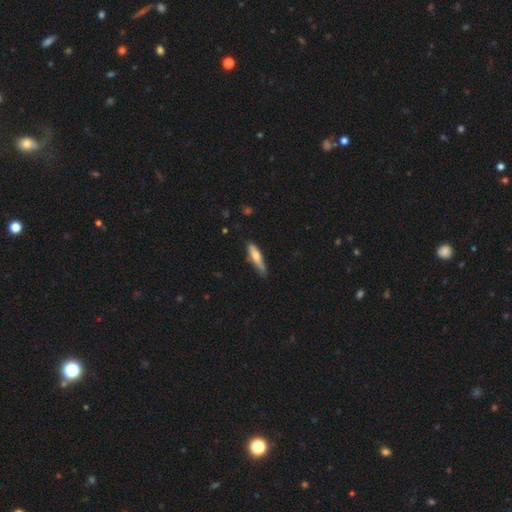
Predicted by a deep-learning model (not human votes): smooth 65%, featured or disk 29%, star or artifact 6%. Down the decision tree: how rounded — cigar-shaped (73%); merging — none (70%).